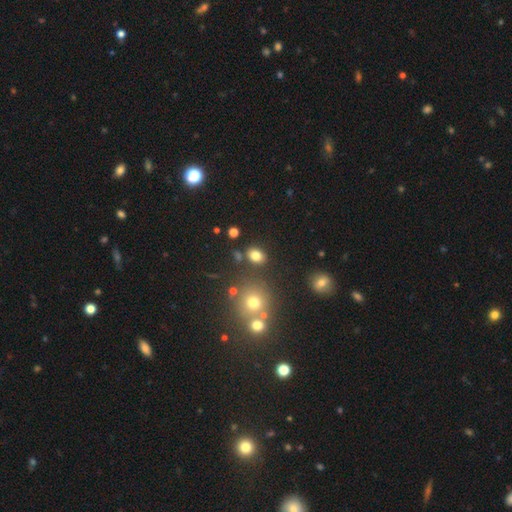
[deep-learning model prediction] The model was most divided on "how rounded": in between: 65%, round: 34%, cigar-shaped: 1%. More confident: merging — none (79%); smooth or featured — smooth (78%).